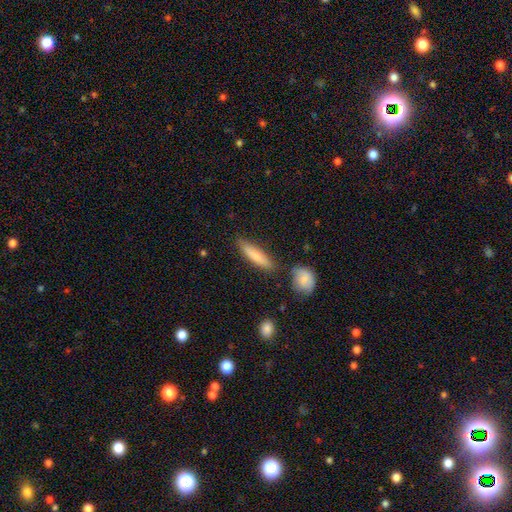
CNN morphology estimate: Overall: smooth (76%). How rounded: cigar-shaped (77%). Merging: none (77%).